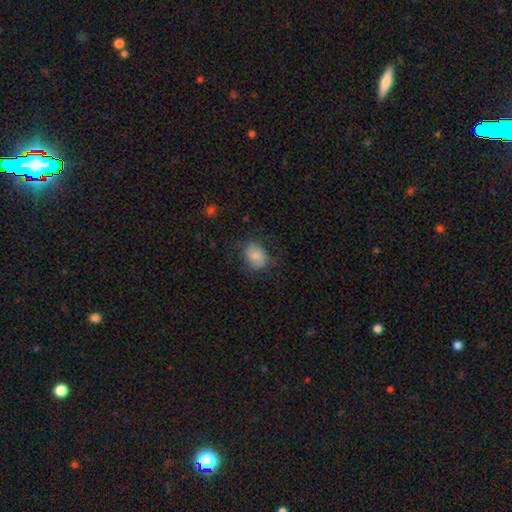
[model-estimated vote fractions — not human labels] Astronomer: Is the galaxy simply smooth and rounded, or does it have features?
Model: smooth — 76%.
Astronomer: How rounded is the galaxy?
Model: in between — 59% (runner-up: round, 40%).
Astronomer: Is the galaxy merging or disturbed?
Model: none — 69%.